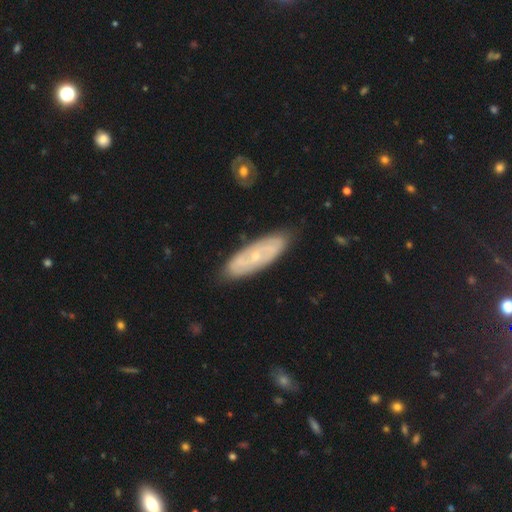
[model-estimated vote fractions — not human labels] A featured or disk galaxy (61%).

Vote fractions:
- Smooth or featured? featured or disk: 61% / smooth: 33% / star or artifact: 6%
- Edge-on disk? no: 80% / yes: 20%
- Merging? none: 83% / minor disturbance: 13% / major disturbance: 3% / merger: 2%